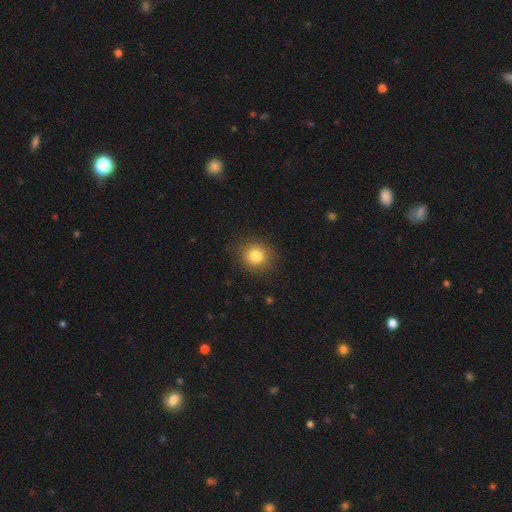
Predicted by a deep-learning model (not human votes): This appears to be a smooth galaxy with no disk features (81%) that is round (88%). Merging: none (89%).